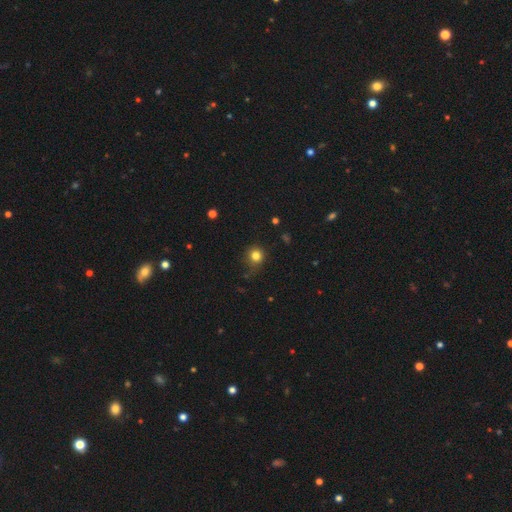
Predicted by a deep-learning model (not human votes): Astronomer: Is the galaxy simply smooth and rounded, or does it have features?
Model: smooth — 81%.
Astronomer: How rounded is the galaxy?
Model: round — 88%.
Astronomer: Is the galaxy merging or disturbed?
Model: none — 74%.